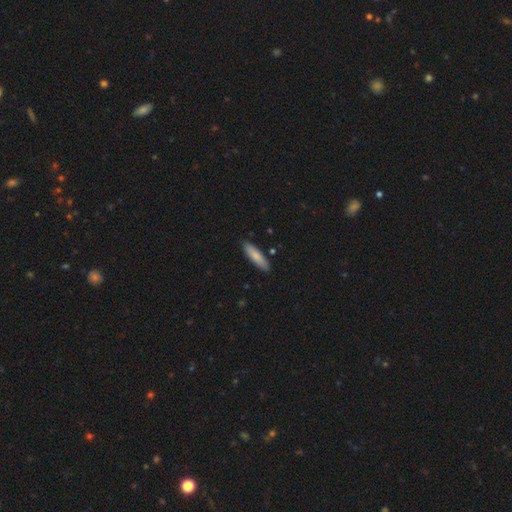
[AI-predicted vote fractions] The model was most divided on "how rounded": cigar-shaped: 68%, in between: 31%, round: 1%. More confident: merging — none (88%); smooth or featured — smooth (81%).